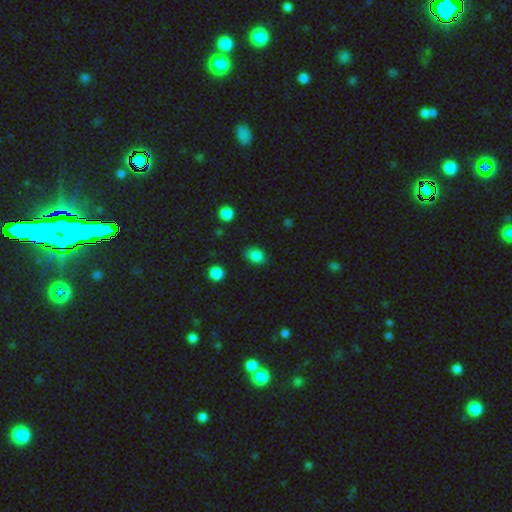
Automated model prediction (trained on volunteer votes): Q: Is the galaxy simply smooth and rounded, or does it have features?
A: smooth — 84%.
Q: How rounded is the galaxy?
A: in between — 74%.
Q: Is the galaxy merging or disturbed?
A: none — 83%.